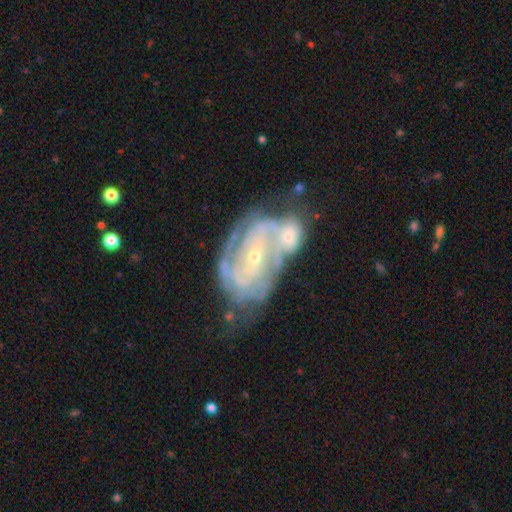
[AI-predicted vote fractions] smooth-or-featured: featured or disk: 85% | smooth: 8% | star or artifact: 6%
  disk-edge-on: no: 96% | yes: 4%
    bar: no: 54% | weak: 32% | strong: 14%
    has-spiral-arms: yes: 92% | no: 8%
      spiral-winding: tight: 59% | medium: 32% | loose: 9%
      spiral-arm-count: 2: 41% | can't tell: 31% | 3: 14% | 4: 5% | 1: 4% | more than 4: 4%
    bulge-size: small: 74% | moderate: 23% | none: 1% | large: 1% | dominant: 1%
  merging: merger: 50% | none: 24% | minor disturbance: 15% | major disturbance: 10%